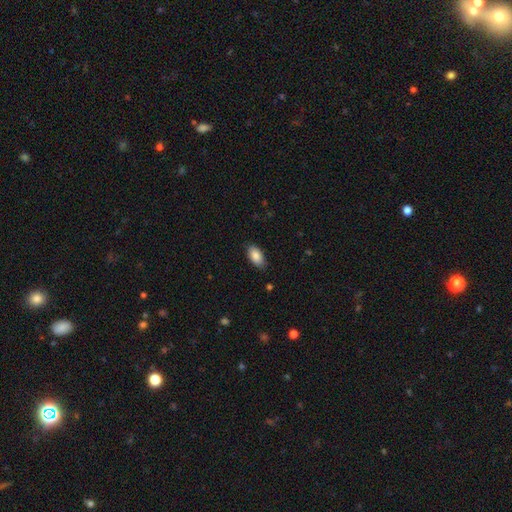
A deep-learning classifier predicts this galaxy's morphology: Overall: smooth (86%). How rounded: in between (93%). Merging: none (83%).